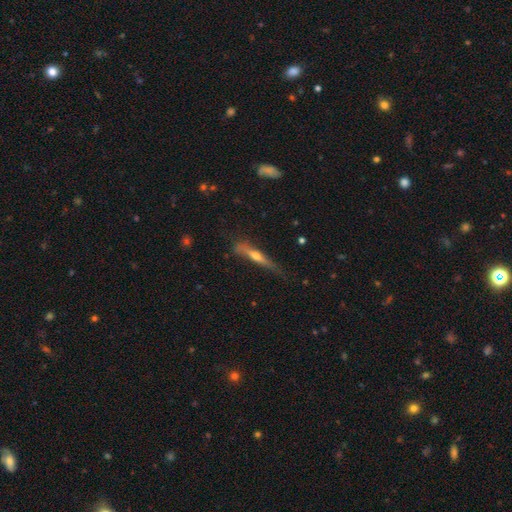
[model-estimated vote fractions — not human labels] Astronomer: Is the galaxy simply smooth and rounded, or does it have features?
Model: featured or disk — 59%.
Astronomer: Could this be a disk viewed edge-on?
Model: yes — 93%.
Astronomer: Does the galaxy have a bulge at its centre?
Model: rounded — 81%.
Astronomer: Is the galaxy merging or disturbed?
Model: none — 63%.